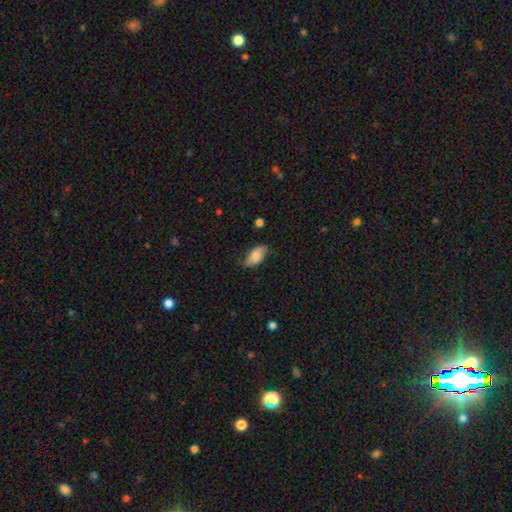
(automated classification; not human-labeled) Smooth or featured: smooth — 73% (featured or disk — 20%)
How rounded: in between — 92% (round — 4%)
Merging: none — 67% (minor disturbance — 26%)